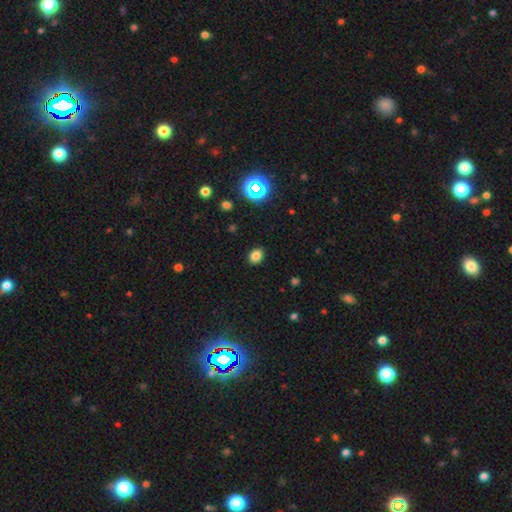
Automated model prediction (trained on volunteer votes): A smooth galaxy with no disk features (80%) that is in between round and cigar-shaped (52%). Merging: none (89%).